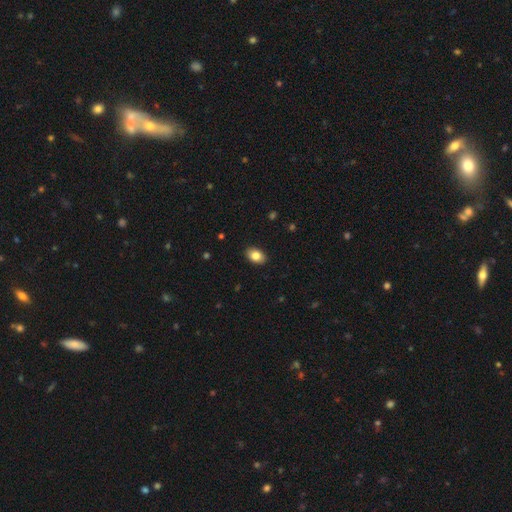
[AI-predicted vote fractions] Overall: smooth (84%). How rounded: in between (86%). Merging: none (89%).